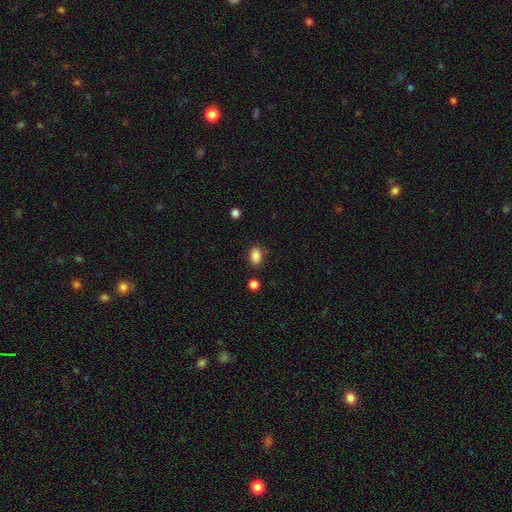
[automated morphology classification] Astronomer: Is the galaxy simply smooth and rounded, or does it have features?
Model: smooth — 86%.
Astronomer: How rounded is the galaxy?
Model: in between — 78%.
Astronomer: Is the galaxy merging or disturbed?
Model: none — 81%.